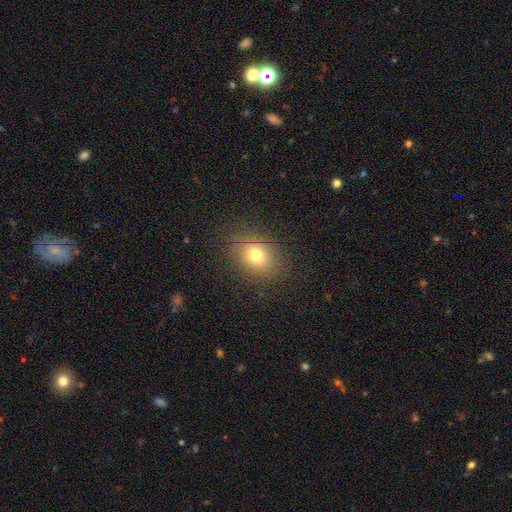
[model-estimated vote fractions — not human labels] Smooth or featured? Predicted: smooth (p=0.74). How rounded? Predicted: in between (p=0.52). Merging? Predicted: none (p=0.84).